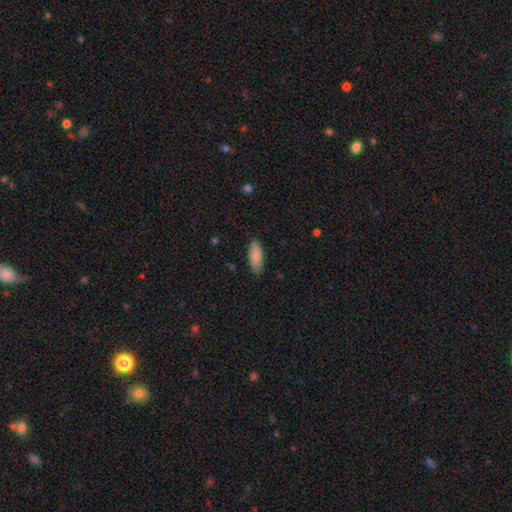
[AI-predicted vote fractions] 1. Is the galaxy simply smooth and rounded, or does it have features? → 86% smooth, 8% featured or disk, 6% star or artifact.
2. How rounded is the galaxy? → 79% in between, 19% cigar-shaped, 2% round.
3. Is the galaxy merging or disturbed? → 86% none, 11% minor disturbance, 2% major disturbance, 1% merger.